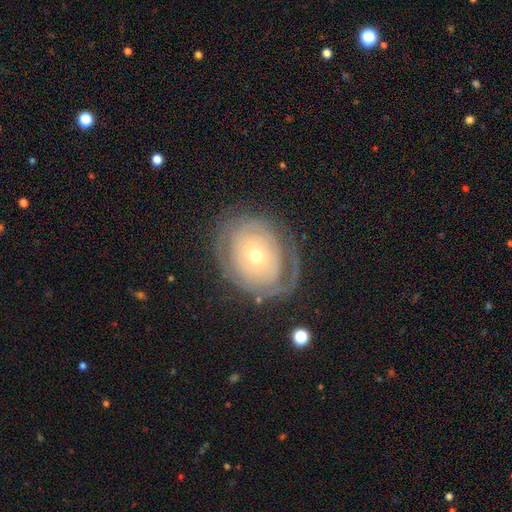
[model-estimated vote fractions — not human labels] Smooth or featured?
  - featured or disk: 68% *
  - smooth: 25%
  - star or artifact: 7%
Edge-on disk?
  - no: 95% *
  - yes: 5%
Bar?
  - no: 85% *
  - weak: 11%
  - strong: 4%
Spiral arms?
  - yes: 61% *
  - no: 39%
Bulge size?
  - small: 54% *
  - moderate: 41%
  - large: 3%
  - dominant: 1%
  - none: 1%
Merging?
  - none: 69% *
  - minor disturbance: 17%
  - major disturbance: 12%
  - merger: 2%